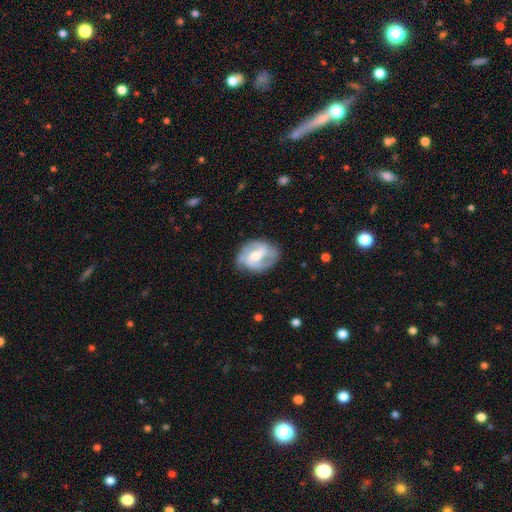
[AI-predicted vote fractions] Smooth or featured?
  - featured or disk: 80% *
  - smooth: 15%
  - star or artifact: 5%
Edge-on disk?
  - no: 97% *
  - yes: 3%
Bar?
  - weak: 46% *
  - strong: 31%
  - no: 23%
Spiral arms?
  - yes: 92% *
  - no: 8%
Spiral winding?
  - medium: 50% *
  - tight: 26%
  - loose: 24%
Spiral arm count?
  - 2: 69% *
  - 3: 16%
  - can't tell: 9%
  - 1: 3%
  - 4: 2%
  - more than 4: 2%
Bulge size?
  - moderate: 63% *
  - small: 29%
  - large: 5%
  - none: 2%
  - dominant: 1%
Merging?
  - none: 72% *
  - minor disturbance: 20%
  - major disturbance: 7%
  - merger: 1%